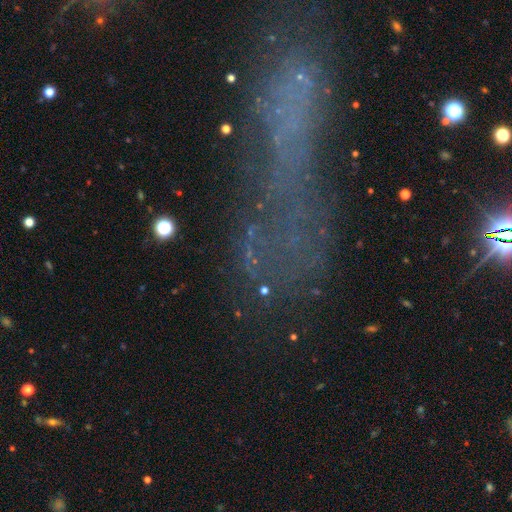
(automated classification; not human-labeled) A star or artifact, not a galaxy (44%).

Vote fractions:
- Smooth or featured? star or artifact: 44% / featured or disk: 33% / smooth: 24%